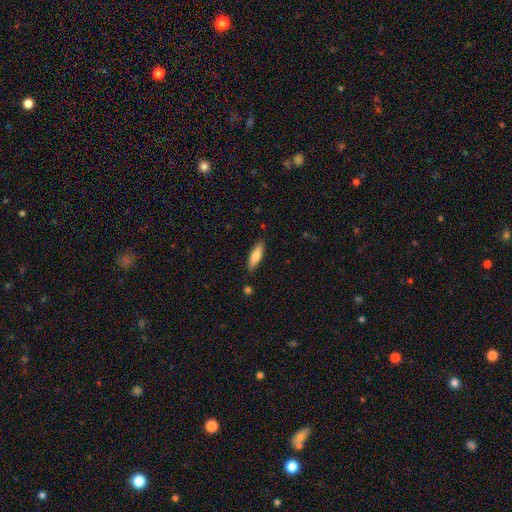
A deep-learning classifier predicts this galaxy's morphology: smooth 72%, featured or disk 23%, star or artifact 6%. Down the decision tree: how rounded — cigar-shaped (59%); merging — none (87%).